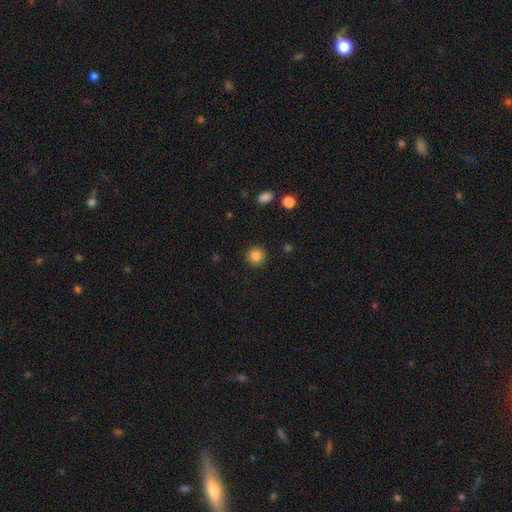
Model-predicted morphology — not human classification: Smooth or featured? smooth (85%)
How rounded? round (94%)
Merging? none (92%)